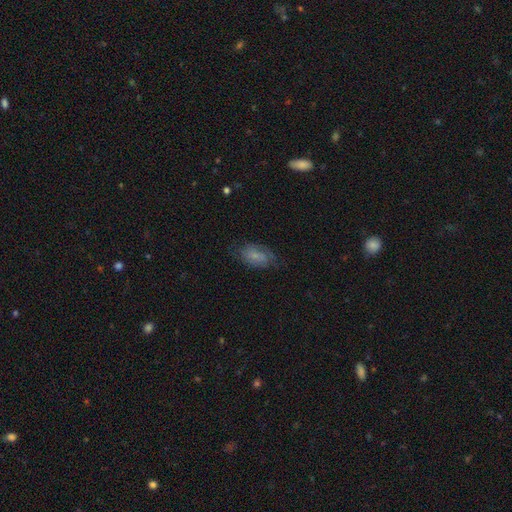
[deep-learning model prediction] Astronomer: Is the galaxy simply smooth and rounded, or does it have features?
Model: smooth — 58%.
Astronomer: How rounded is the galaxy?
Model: in between — 90%.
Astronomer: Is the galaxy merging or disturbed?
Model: none — 65%.